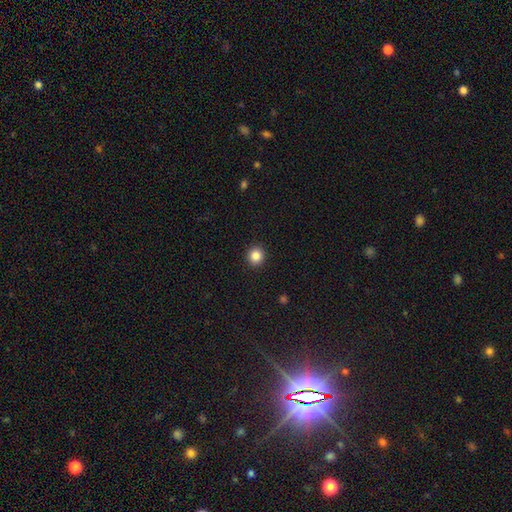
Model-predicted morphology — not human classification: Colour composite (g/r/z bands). It shows a smooth galaxy with no disk features (86%) that is round (91%). Merging: none (93%).